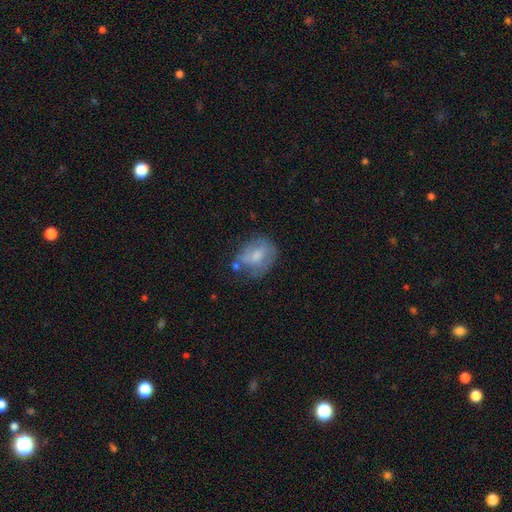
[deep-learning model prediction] A smooth galaxy with no disk features (56%) that is in between round and cigar-shaped (60%).

Vote fractions:
- Smooth or featured? smooth: 56% / featured or disk: 35% / star or artifact: 8%
- How rounded? in between: 60% / round: 38% / cigar-shaped: 2%
- Merging? none: 45% / minor disturbance: 30% / major disturbance: 16% / merger: 10%